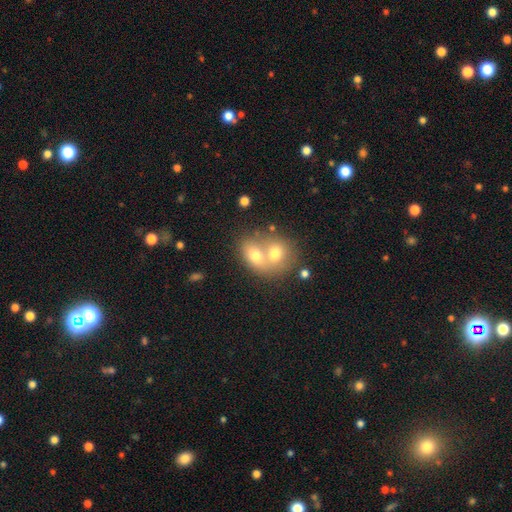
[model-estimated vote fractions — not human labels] Morphology: type=smooth (68%); roundness=in between (57%); merging=merger (70%).